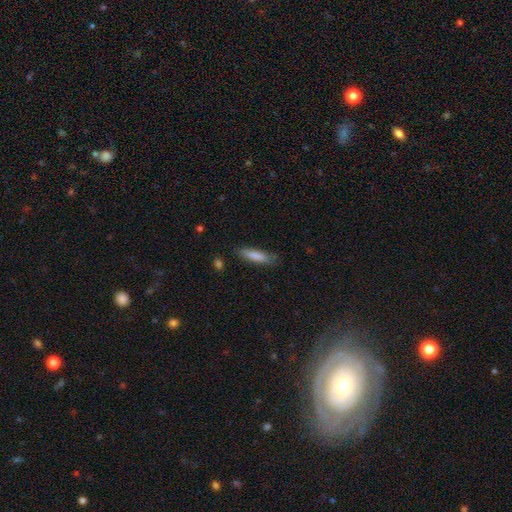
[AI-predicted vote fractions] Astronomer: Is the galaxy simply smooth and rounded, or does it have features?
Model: smooth — 83%.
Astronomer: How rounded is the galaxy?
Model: cigar-shaped — 68%.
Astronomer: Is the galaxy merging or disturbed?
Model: none — 79%.